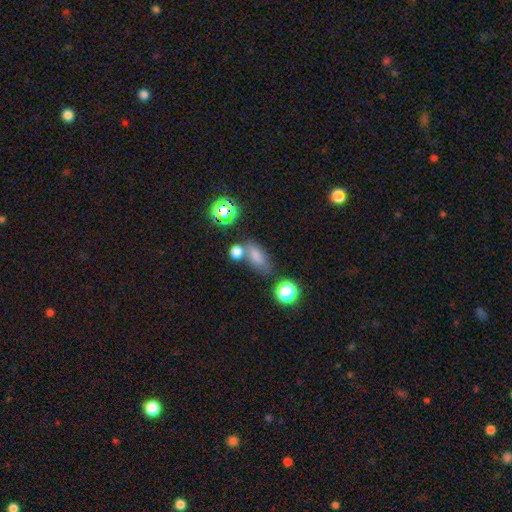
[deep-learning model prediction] The model was most divided on "merging": none: 51%, merger: 22%, minor disturbance: 18%, major disturbance: 9%. More confident: how rounded — in between (75%); smooth or featured — smooth (68%).